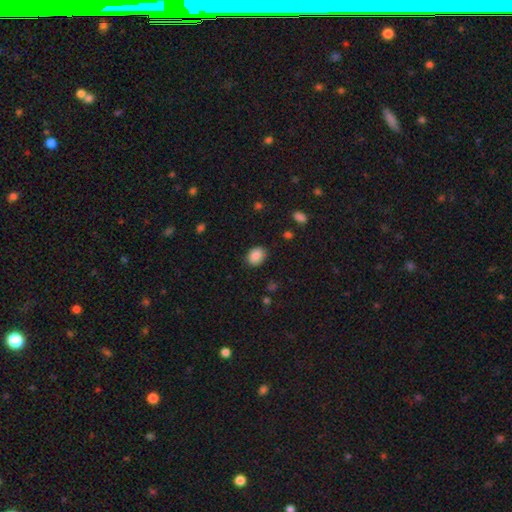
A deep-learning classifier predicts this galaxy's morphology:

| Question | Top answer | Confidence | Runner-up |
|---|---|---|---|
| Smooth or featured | smooth | 87% | star or artifact (8%) |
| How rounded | in between | 56% | round (43%) |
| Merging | none | 84% | minor disturbance (11%) |